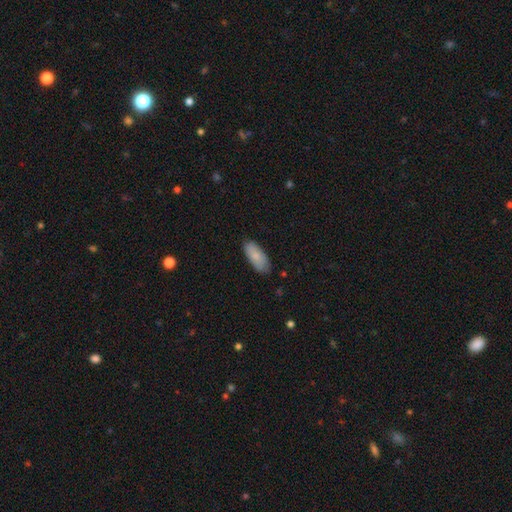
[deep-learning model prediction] Morphology: type=smooth (83%); roundness=in between (83%); merging=none (80%).